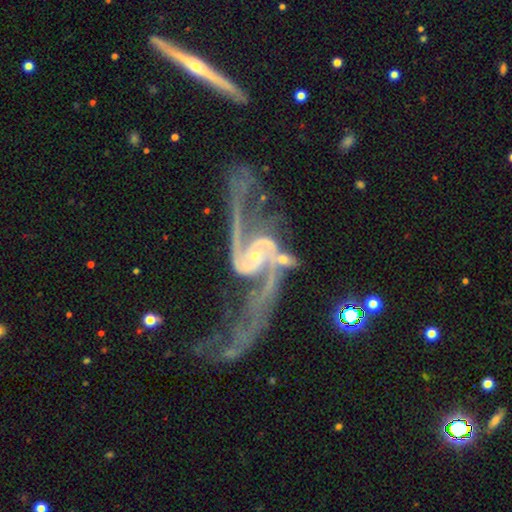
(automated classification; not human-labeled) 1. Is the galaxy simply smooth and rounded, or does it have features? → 93% featured or disk, 5% star or artifact, 3% smooth.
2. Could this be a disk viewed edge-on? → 97% no, 3% yes.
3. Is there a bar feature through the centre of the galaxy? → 55% no, 29% weak, 16% strong.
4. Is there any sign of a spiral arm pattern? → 98% yes, 2% no.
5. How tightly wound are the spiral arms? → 60% loose, 30% medium, 10% tight.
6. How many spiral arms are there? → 86% 2, 4% 3, 3% can't tell, 2% 1, 2% 4, 2% more than 4.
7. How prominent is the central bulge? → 76% small, 19% moderate, 2% none, 2% large, 1% dominant.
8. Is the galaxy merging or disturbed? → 31% major disturbance (tied), 31% none (tied), 22% merger, 17% minor disturbance.